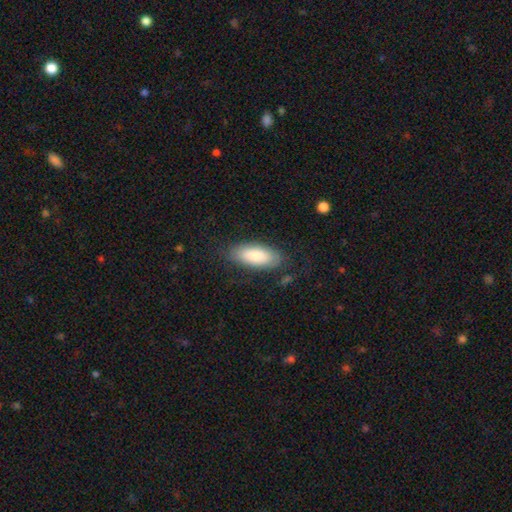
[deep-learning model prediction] A smooth galaxy with no disk features (84%) that is in between round and cigar-shaped (84%).

Vote fractions:
- Smooth or featured? smooth: 84% / featured or disk: 10% / star or artifact: 6%
- How rounded? in between: 84% / cigar-shaped: 14% / round: 2%
- Merging? none: 79% / minor disturbance: 15% / major disturbance: 5% / merger: 2%